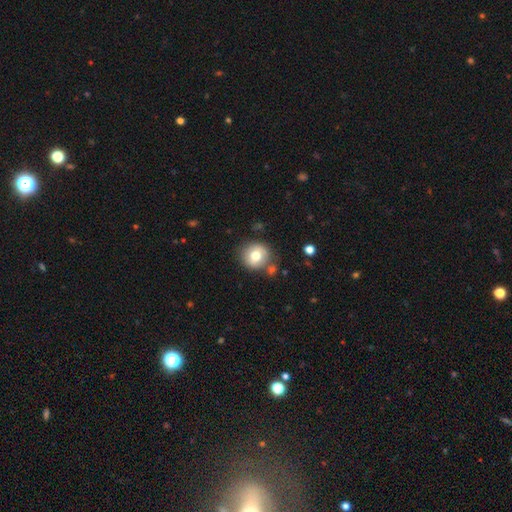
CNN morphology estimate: A smooth galaxy with no disk features (74%) that is round (89%).

Vote fractions:
- Smooth or featured? smooth: 74% / featured or disk: 17% / star or artifact: 9%
- How rounded? round: 89% / in between: 10% / cigar-shaped: 1%
- Merging? none: 78% / minor disturbance: 12% / merger: 7% / major disturbance: 3%